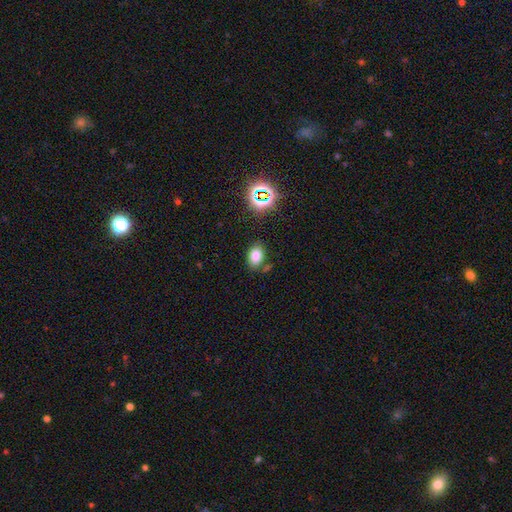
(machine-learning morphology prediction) Q: Smooth or featured?
A: smooth (77%); runner-up: star or artifact (16%)
Q: How rounded?
A: in between (78%); runner-up: round (21%)
Q: Merging?
A: none (76%); runner-up: minor disturbance (14%)